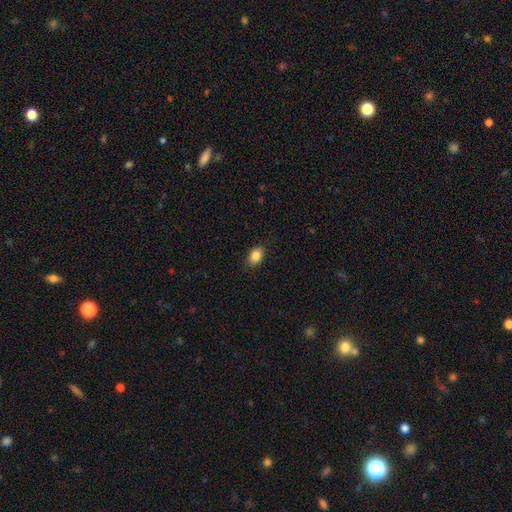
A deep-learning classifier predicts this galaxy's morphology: Smooth or featured? smooth (86%)
How rounded? in between (82%)
Merging? none (87%)